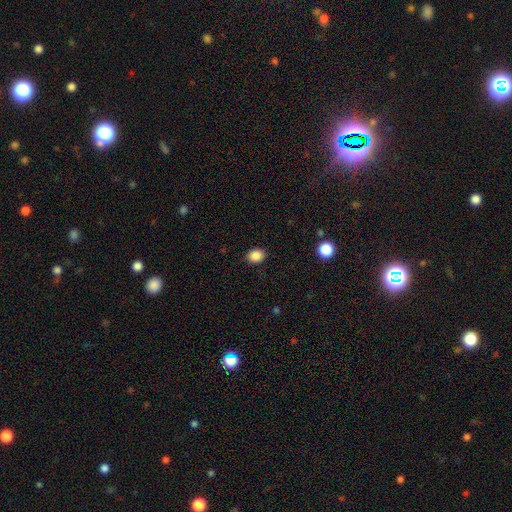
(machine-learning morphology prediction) Smooth or featured?
  - smooth: 88% *
  - star or artifact: 9%
  - featured or disk: 3%
How rounded?
  - in between: 59% *
  - round: 40%
  - cigar-shaped: 1%
Merging?
  - none: 87% *
  - minor disturbance: 9%
  - major disturbance: 2%
  - merger: 1%